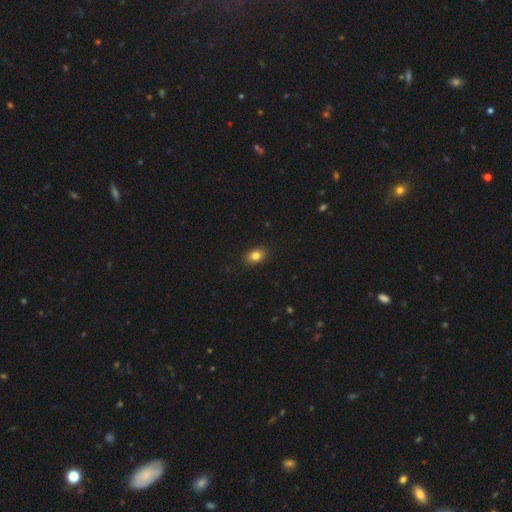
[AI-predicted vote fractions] smooth-or-featured: smooth: 83% | star or artifact: 10% | featured or disk: 7%
  how-rounded: in between: 80% | round: 18% | cigar-shaped: 1%
  merging: none: 89% | minor disturbance: 8% | major disturbance: 2% | merger: 1%